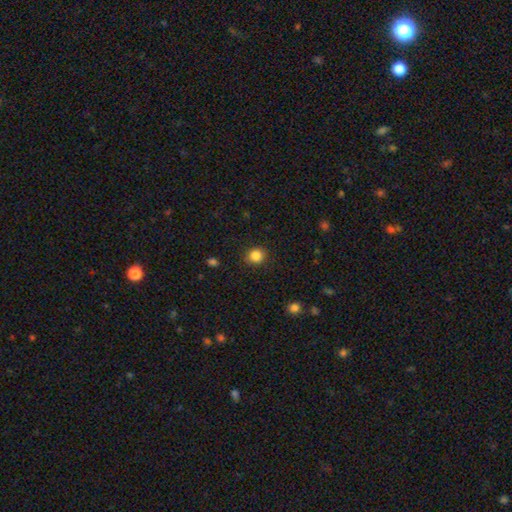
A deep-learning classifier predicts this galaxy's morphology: A smooth galaxy with no disk features (85%) that is round (84%).

Vote fractions:
- Smooth or featured? smooth: 85% / star or artifact: 11% / featured or disk: 4%
- How rounded? round: 84% / in between: 15% / cigar-shaped: 1%
- Merging? none: 89% / minor disturbance: 7% / major disturbance: 2% / merger: 1%